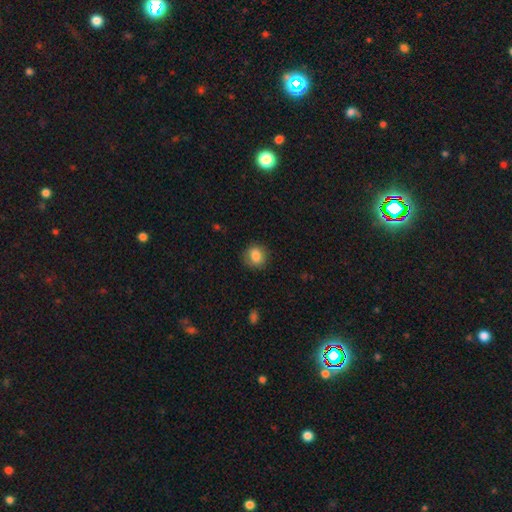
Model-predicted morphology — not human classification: This appears to be a smooth galaxy with no disk features (84%) that is round (77%). Merging: none (83%).